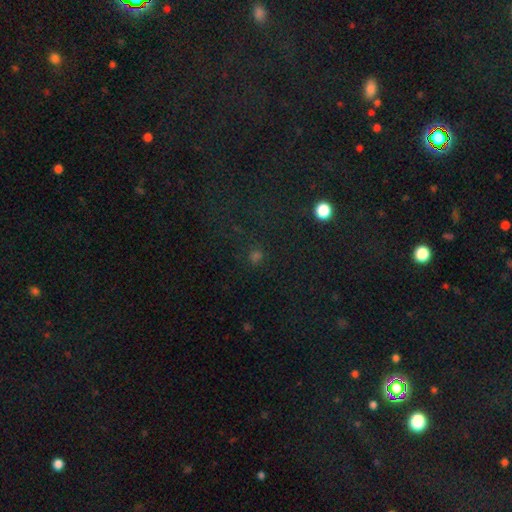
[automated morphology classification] Smooth or featured? Predicted: smooth (p=0.48). Merging? Predicted: none (p=0.79).